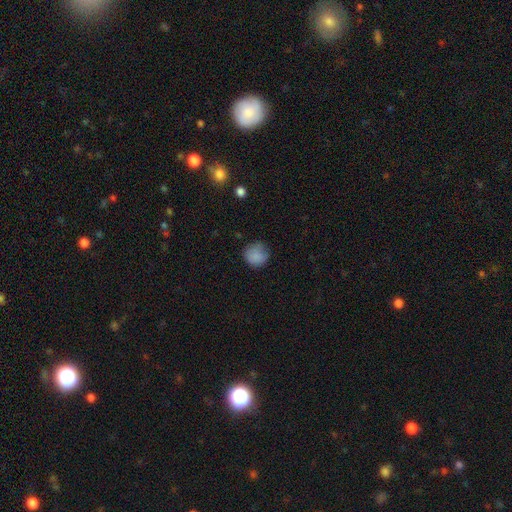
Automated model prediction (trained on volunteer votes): A smooth galaxy with no disk features (83%) that is round (88%).

Vote fractions:
- Smooth or featured? smooth: 83% / star or artifact: 9% / featured or disk: 7%
- How rounded? round: 88% / in between: 12% / cigar-shaped: 1%
- Merging? none: 69% / minor disturbance: 23% / major disturbance: 7% / merger: 1%